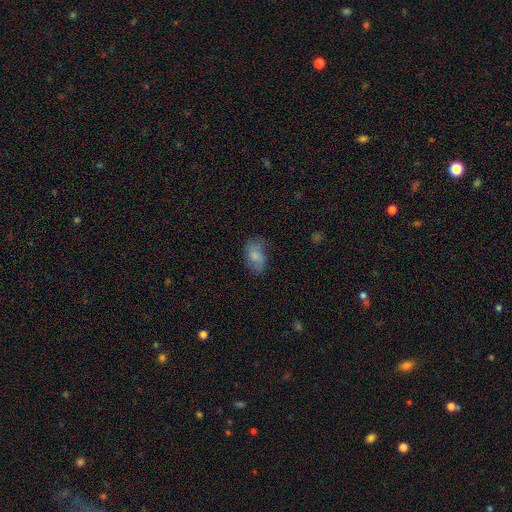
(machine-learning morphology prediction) A smooth galaxy with no disk features (73%) that is in between round and cigar-shaped (88%).

Vote fractions:
- Smooth or featured? smooth: 73% / featured or disk: 18% / star or artifact: 8%
- How rounded? in between: 88% / round: 10% / cigar-shaped: 2%
- Merging? none: 58% / minor disturbance: 29% / major disturbance: 12% / merger: 2%